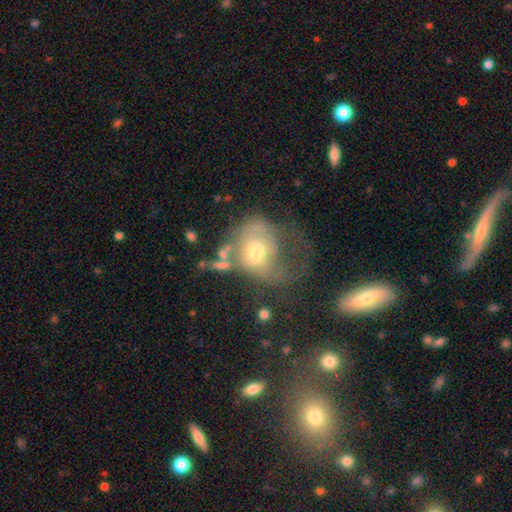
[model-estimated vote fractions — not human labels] Overall: featured or disk (51%; smooth 38%). Edge-on disk: no (95%). Merging: major disturbance (47%; none 21%).